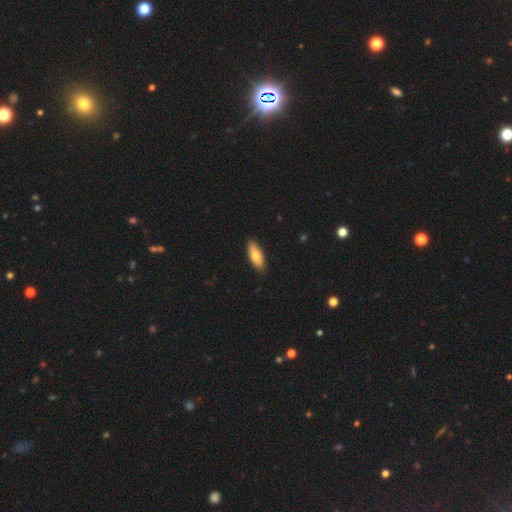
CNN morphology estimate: smooth-or-featured: smooth: 79% | featured or disk: 16% | star or artifact: 5%
  how-rounded: in between: 72% | cigar-shaped: 26% | round: 2%
  merging: none: 89% | minor disturbance: 8% | major disturbance: 1% | merger: 1%